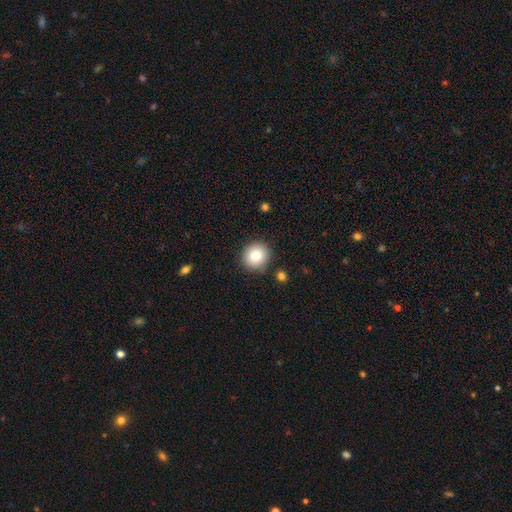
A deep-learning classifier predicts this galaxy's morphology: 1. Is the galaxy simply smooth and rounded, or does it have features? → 82% smooth, 10% star or artifact, 9% featured or disk.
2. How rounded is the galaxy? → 91% round, 8% in between, 1% cigar-shaped.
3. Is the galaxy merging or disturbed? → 88% none, 8% minor disturbance, 2% merger, 2% major disturbance.